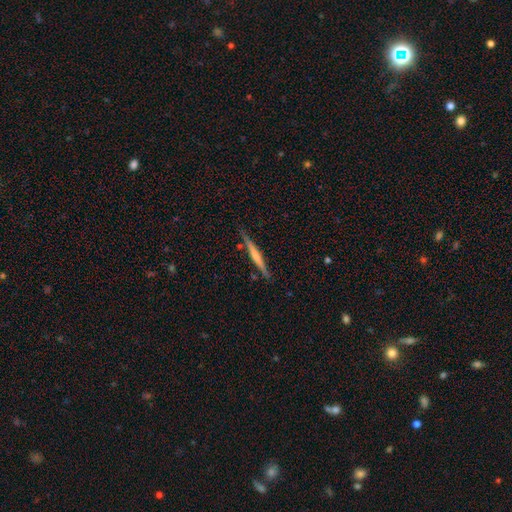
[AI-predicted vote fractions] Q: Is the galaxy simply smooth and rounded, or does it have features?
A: featured or disk — 53%.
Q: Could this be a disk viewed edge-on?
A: yes — 97%.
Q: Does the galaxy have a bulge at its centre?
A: none — 47%.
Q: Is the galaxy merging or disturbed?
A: none — 82%.